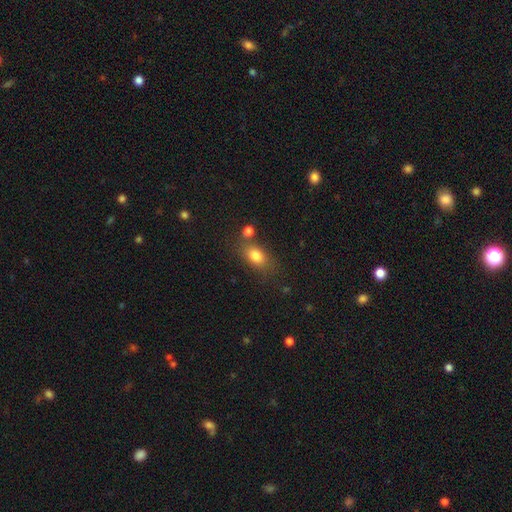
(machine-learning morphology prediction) Smooth or featured?
  - smooth: 81% *
  - star or artifact: 10%
  - featured or disk: 9%
How rounded?
  - in between: 79% *
  - round: 17%
  - cigar-shaped: 4%
Merging?
  - none: 68% *
  - minor disturbance: 15%
  - merger: 13%
  - major disturbance: 5%